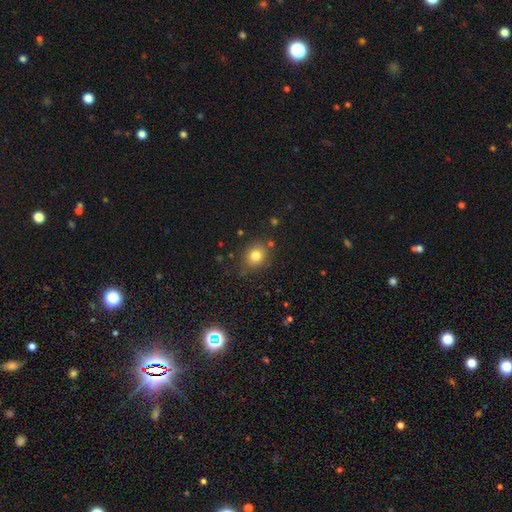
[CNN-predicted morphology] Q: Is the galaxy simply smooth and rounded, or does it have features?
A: smooth — 80%.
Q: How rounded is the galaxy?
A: round — 66%.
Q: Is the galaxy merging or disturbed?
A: none — 82%.